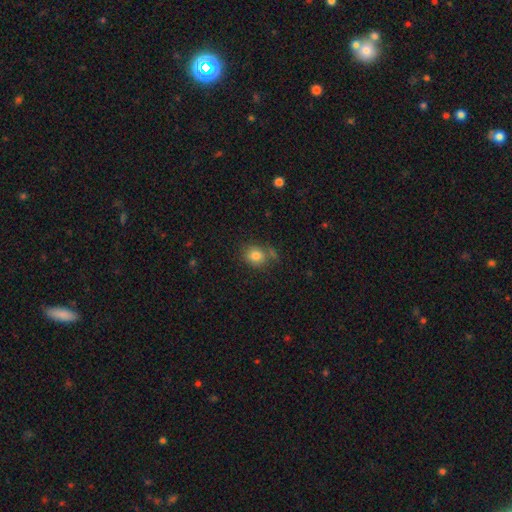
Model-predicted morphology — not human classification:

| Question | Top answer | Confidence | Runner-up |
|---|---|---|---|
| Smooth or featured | smooth | 82% | star or artifact (11%) |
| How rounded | round | 61% | in between (38%) |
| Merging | none | 64% | minor disturbance (17%) |